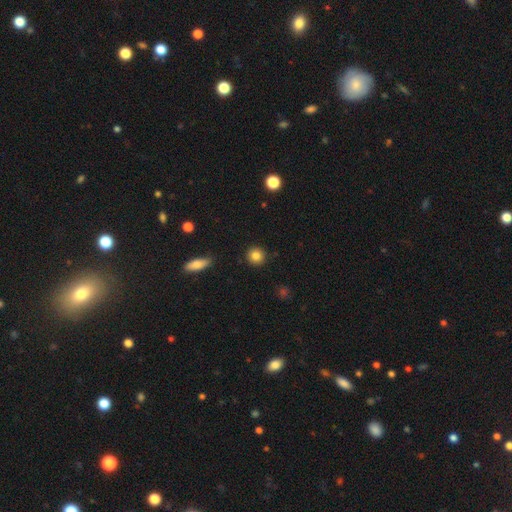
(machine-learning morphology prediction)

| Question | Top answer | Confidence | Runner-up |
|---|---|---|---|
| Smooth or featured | smooth | 85% | star or artifact (9%) |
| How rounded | round | 92% | in between (7%) |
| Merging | none | 91% | minor disturbance (6%) |